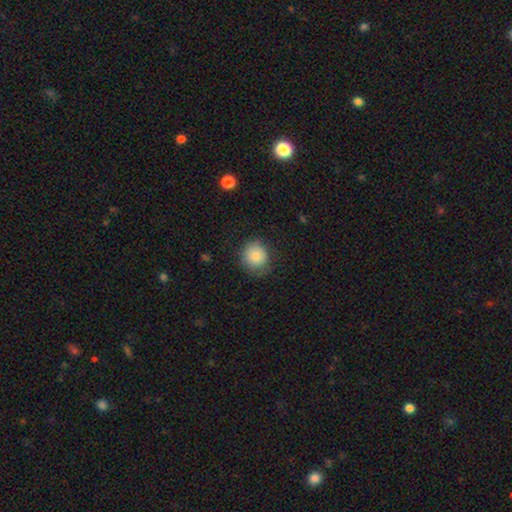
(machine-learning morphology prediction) type=smooth (82%); roundness=round (88%); merging=none (79%).